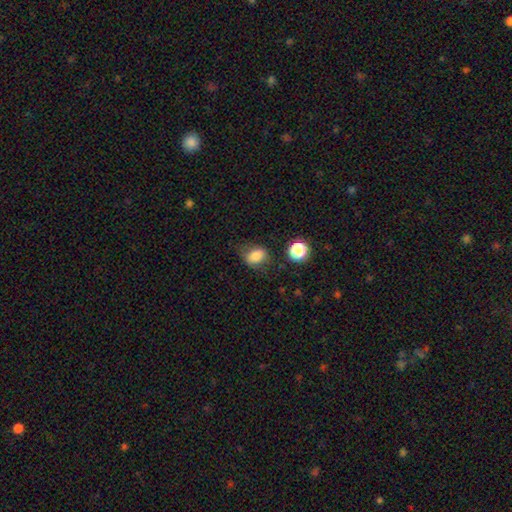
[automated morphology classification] smooth 79%, star or artifact 11%, featured or disk 9%. Down the decision tree: how rounded — in between (62%); merging — none (59%).